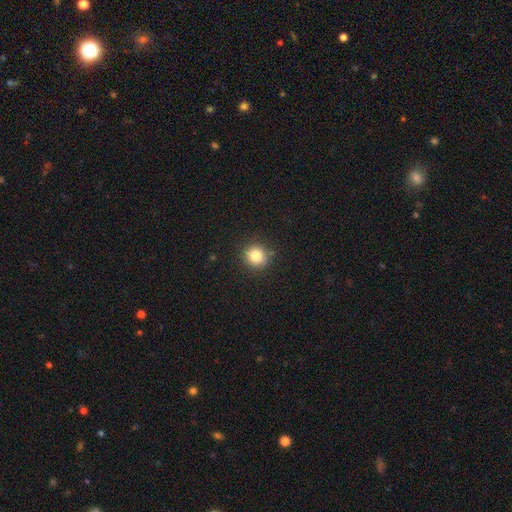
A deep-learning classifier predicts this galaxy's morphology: Q: Smooth or featured?
A: smooth (82%); runner-up: star or artifact (11%)
Q: How rounded?
A: round (88%); runner-up: in between (11%)
Q: Merging?
A: none (87%); runner-up: minor disturbance (9%)